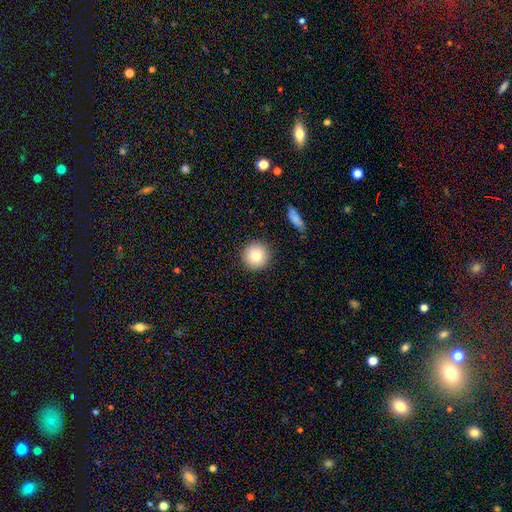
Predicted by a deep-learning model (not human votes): Q: Smooth or featured?
A: smooth (83%); runner-up: star or artifact (8%)
Q: How rounded?
A: round (95%); runner-up: in between (4%)
Q: Merging?
A: none (91%); runner-up: minor disturbance (6%)